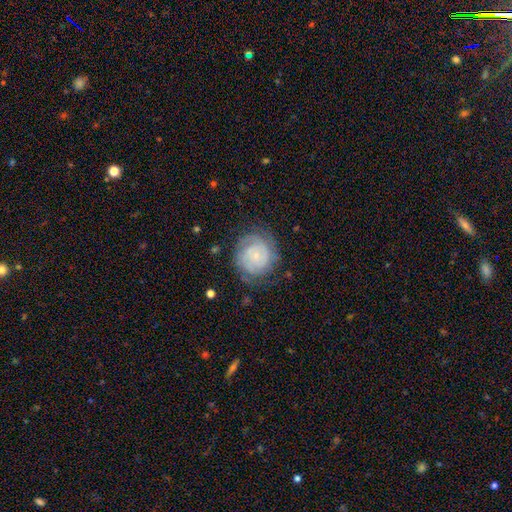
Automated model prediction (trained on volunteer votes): Smooth or featured?
  - featured or disk: 70% *
  - smooth: 22%
  - star or artifact: 8%
Edge-on disk?
  - no: 98% *
  - yes: 2%
Bar?
  - no: 78% *
  - weak: 19%
  - strong: 3%
Spiral arms?
  - yes: 92% *
  - no: 8%
Spiral winding?
  - tight: 73% *
  - medium: 21%
  - loose: 6%
Spiral arm count?
  - can't tell: 35% *
  - 2: 32%
  - 3: 16%
  - 4: 6%
  - 1: 6%
  - more than 4: 5%
Bulge size?
  - small: 79% *
  - moderate: 12%
  - none: 7%
  - large: 2%
  - dominant: 1%
Merging?
  - none: 72% *
  - minor disturbance: 18%
  - major disturbance: 9%
  - merger: 1%